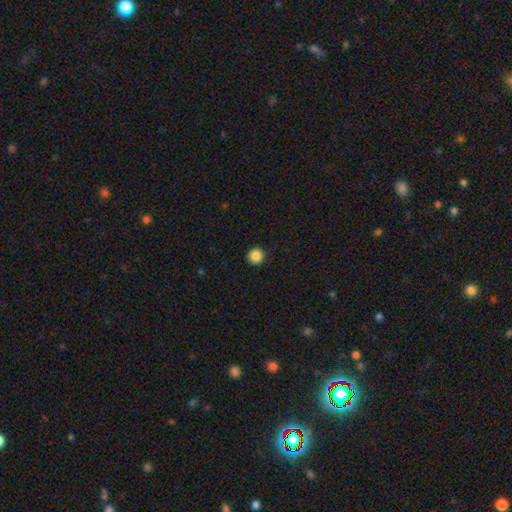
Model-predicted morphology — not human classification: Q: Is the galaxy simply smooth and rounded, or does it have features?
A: smooth — 87%.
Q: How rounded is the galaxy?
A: round — 95%.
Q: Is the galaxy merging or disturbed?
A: none — 93%.